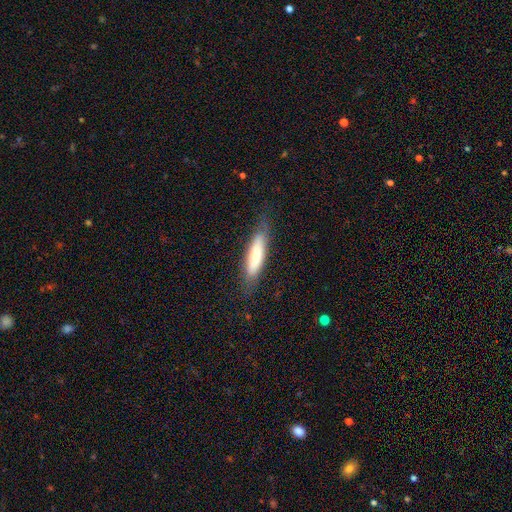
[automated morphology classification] smooth-or-featured: smooth: 71% | featured or disk: 23% | star or artifact: 6%
  how-rounded: cigar-shaped: 71% | in between: 28% | round: 1%
  merging: none: 78% | minor disturbance: 16% | major disturbance: 5% | merger: 1%